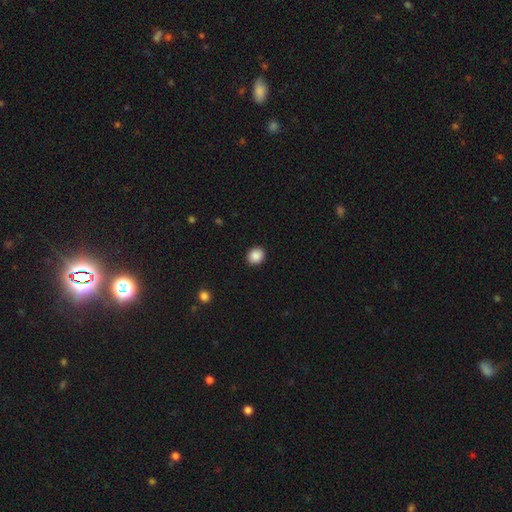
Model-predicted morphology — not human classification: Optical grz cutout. It shows a smooth galaxy with no disk features (89%) that is round (73%). Merging: none (91%).